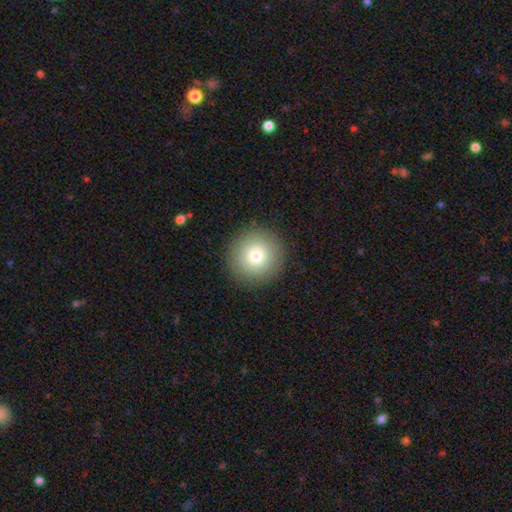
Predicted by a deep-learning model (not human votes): Overall: smooth (78%). How rounded: round (96%). Merging: none (91%).